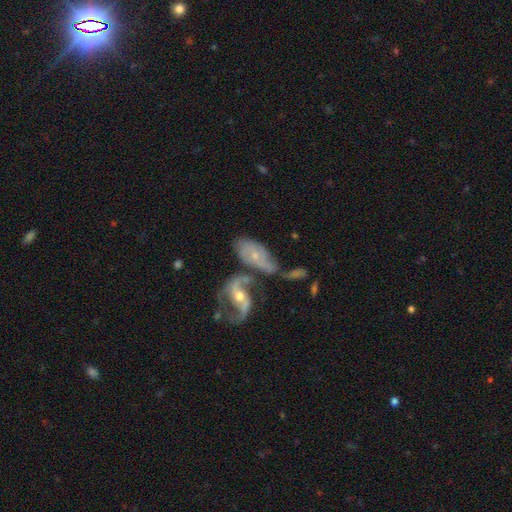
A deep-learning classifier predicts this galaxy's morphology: smooth-or-featured: featured or disk: 74% | smooth: 18% | star or artifact: 8%
  disk-edge-on: no: 94% | yes: 6%
    bar: no: 54% | weak: 31% | strong: 14%
    has-spiral-arms: yes: 86% | no: 14%
      spiral-winding: medium: 43% | loose: 37% | tight: 20%
      spiral-arm-count: 2: 77% | can't tell: 12% | 1: 5% | 3: 4% | 4: 2% | more than 4: 2%
    bulge-size: small: 56% | moderate: 40% | none: 1% | large: 1% | dominant: 1%
  merging: merger: 49% | none: 24% | minor disturbance: 15% | major disturbance: 12%